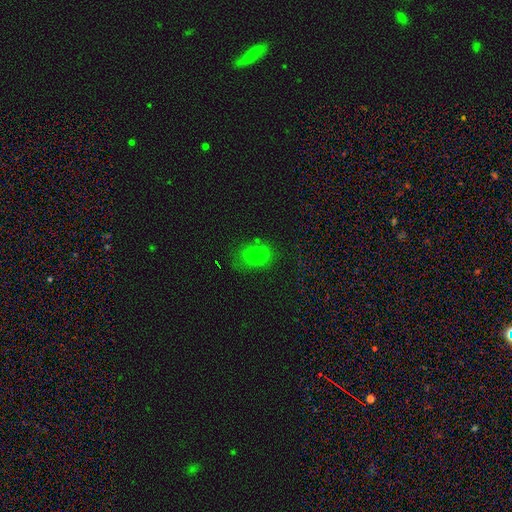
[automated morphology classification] This appears to be a smooth galaxy with no disk features (74%) that is in between round and cigar-shaped (67%). Merging: none (70%).